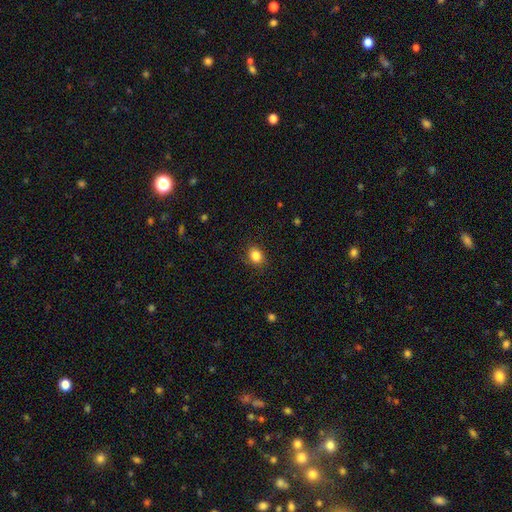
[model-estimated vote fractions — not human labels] The model was most divided on "how rounded": round: 51%, in between: 48%, cigar-shaped: 1%. More confident: merging — none (85%); smooth or featured — smooth (85%).